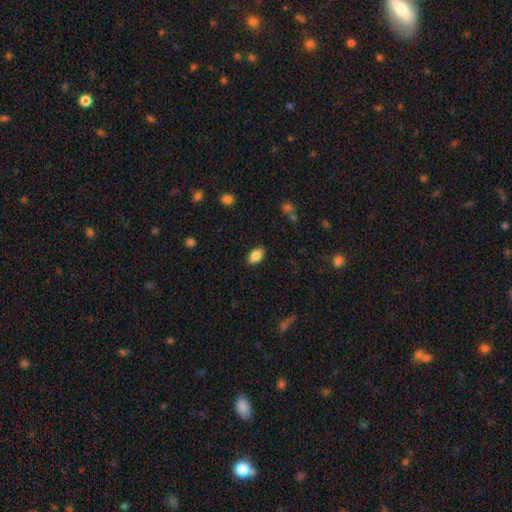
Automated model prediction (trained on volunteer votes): Smooth or featured? smooth (86%)
How rounded? in between (91%)
Merging? none (87%)